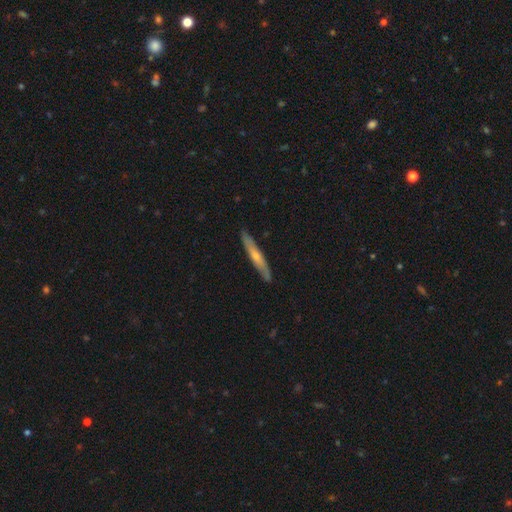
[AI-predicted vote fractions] Q: Smooth or featured?
A: featured or disk (56%); runner-up: smooth (38%)
Q: Edge-on disk?
A: yes (89%); runner-up: no (11%)
Q: Merging?
A: none (88%); runner-up: minor disturbance (10%)